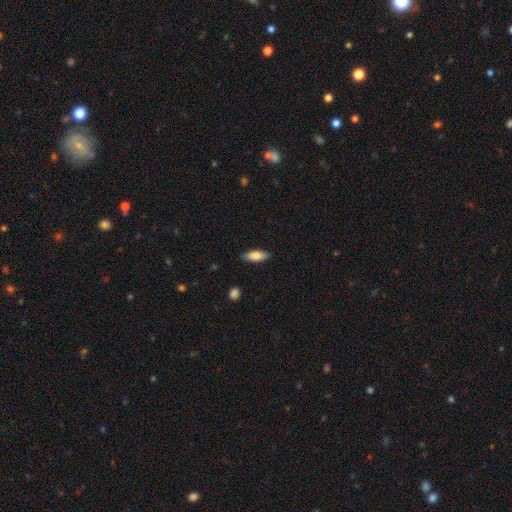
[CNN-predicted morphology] A smooth galaxy with no disk features (80%) that is in between round and cigar-shaped (71%). Merging: none (87%).